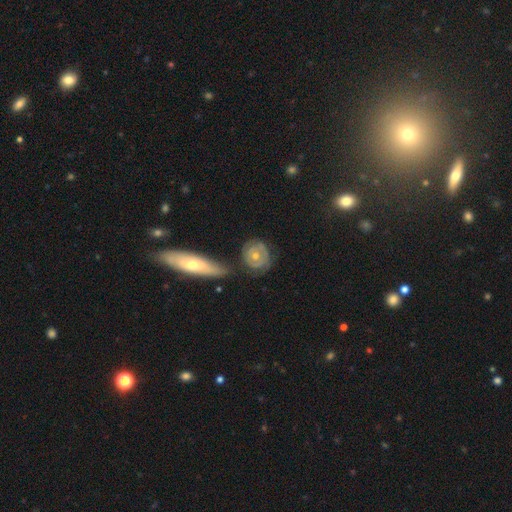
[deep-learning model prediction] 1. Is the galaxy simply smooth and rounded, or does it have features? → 62% featured or disk, 32% smooth, 5% star or artifact.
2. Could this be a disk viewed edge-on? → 94% no, 6% yes.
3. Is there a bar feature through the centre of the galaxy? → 83% no, 13% weak, 4% strong.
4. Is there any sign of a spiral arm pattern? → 58% yes, 42% no.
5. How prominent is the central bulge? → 66% moderate, 29% small, 3% large, 1% none, 1% dominant.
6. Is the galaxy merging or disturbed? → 62% none, 20% minor disturbance, 9% merger, 9% major disturbance.